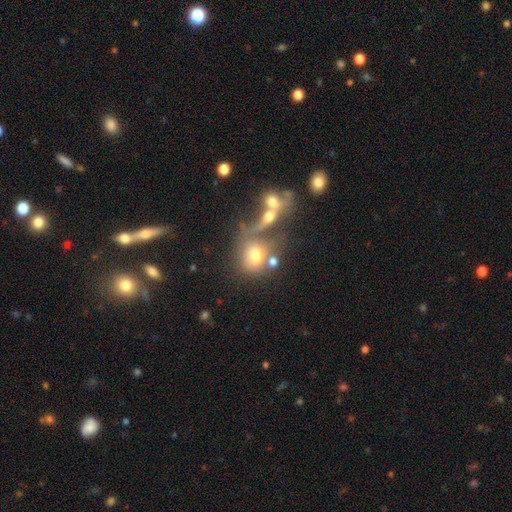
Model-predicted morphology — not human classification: The model was most divided on "how rounded": round: 54%, in between: 43%, cigar-shaped: 3%. Remaining: smooth or featured — smooth (65%); merging — merger (46%).